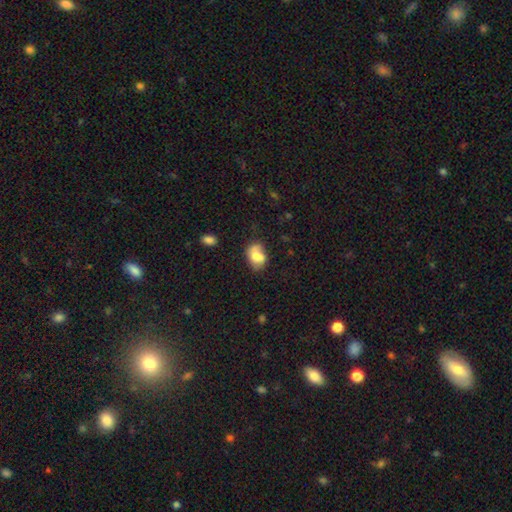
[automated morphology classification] Smooth or featured: smooth — 69% (featured or disk — 22%)
How rounded: in between — 73% (round — 25%)
Merging: none — 40% (minor disturbance — 25%)